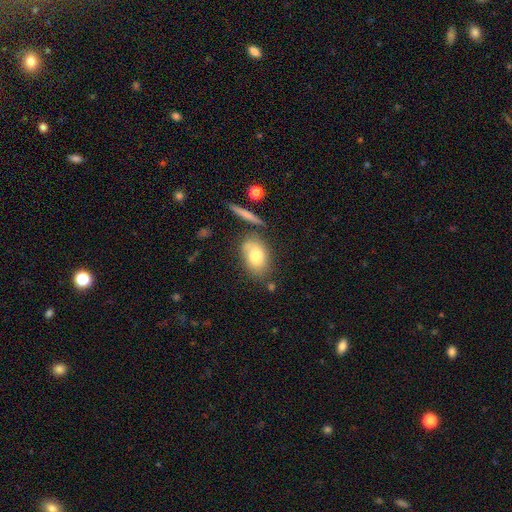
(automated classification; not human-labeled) This appears to be a smooth galaxy with no disk features (72%) that is in between round and cigar-shaped (83%). Merging: none (63%).